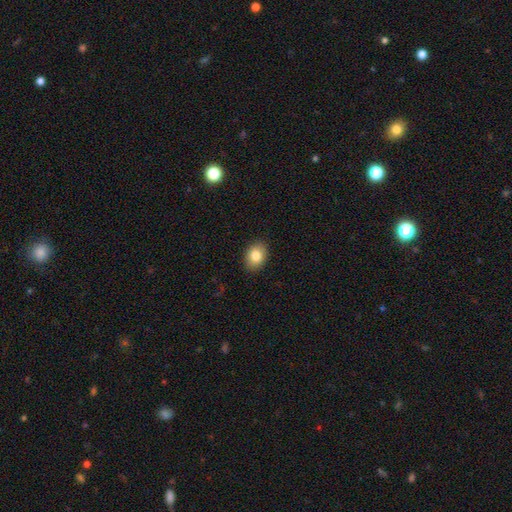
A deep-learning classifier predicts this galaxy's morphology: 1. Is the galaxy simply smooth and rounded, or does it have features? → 84% smooth, 8% star or artifact, 7% featured or disk.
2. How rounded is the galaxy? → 74% in between, 25% round, 1% cigar-shaped.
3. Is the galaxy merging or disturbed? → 89% none, 8% minor disturbance, 2% major disturbance, 1% merger.